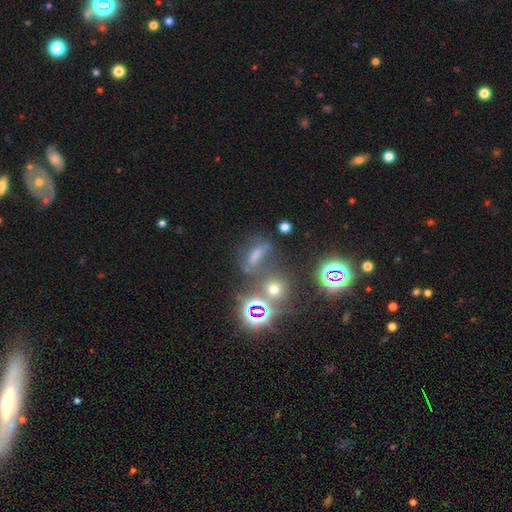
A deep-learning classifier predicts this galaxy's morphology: star or artifact 46%, smooth 33%, featured or disk 21%.